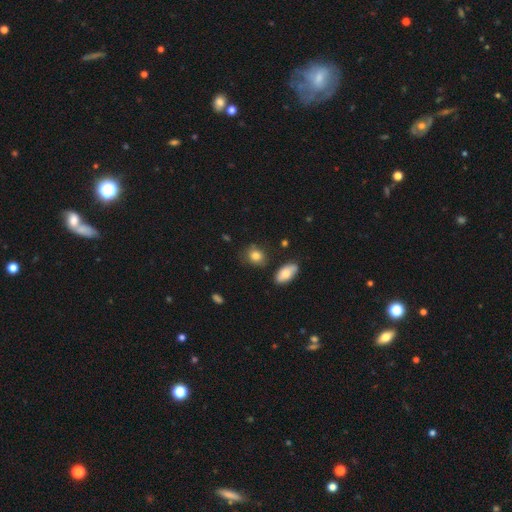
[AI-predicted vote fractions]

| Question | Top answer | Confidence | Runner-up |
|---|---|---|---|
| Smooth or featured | smooth | 82% | star or artifact (9%) |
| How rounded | round | 55% | in between (44%) |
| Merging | none | 72% | minor disturbance (19%) |